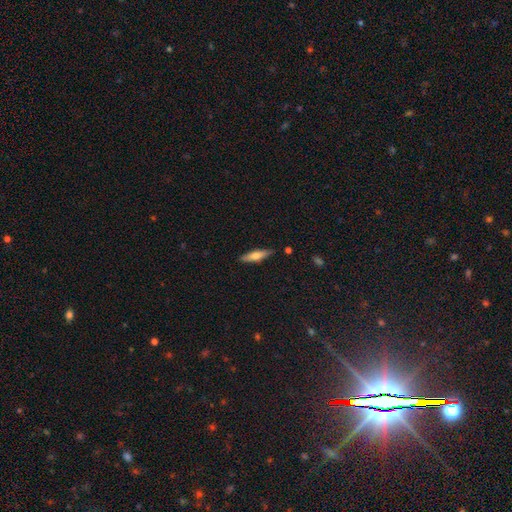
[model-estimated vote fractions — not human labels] Overall: smooth (59%; featured or disk 35%). How rounded: cigar-shaped (71%). Merging: none (84%).